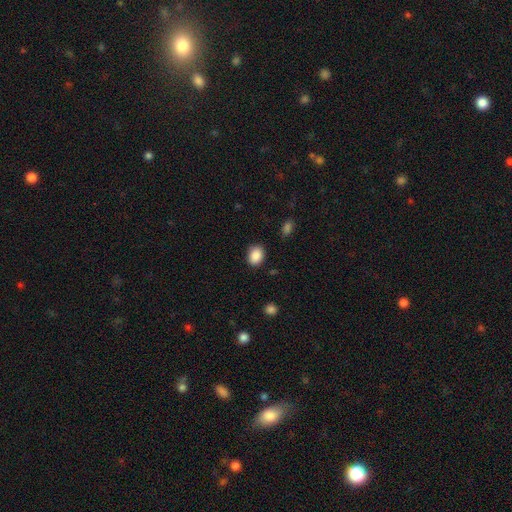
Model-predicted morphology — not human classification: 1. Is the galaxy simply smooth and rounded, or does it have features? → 88% smooth, 8% star or artifact, 4% featured or disk.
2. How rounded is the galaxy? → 55% in between, 44% round, 1% cigar-shaped.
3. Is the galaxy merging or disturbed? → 83% none, 12% minor disturbance, 3% major disturbance, 2% merger.